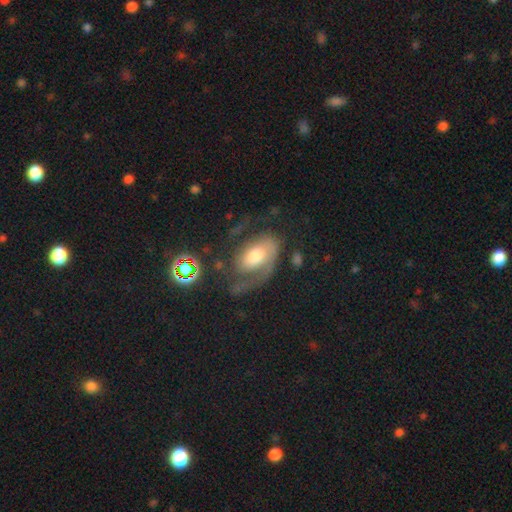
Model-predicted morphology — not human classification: Q: Smooth or featured?
A: featured or disk (72%); runner-up: smooth (20%)
Q: Edge-on disk?
A: no (96%); runner-up: yes (4%)
Q: Bar?
A: no (63%); runner-up: weak (28%)
Q: Spiral arms?
A: yes (89%); runner-up: no (11%)
Q: Spiral winding?
A: medium (43%); runner-up: tight (29%)
Q: Spiral arm count?
A: 2 (49%); runner-up: 1 (37%)
Q: Bulge size?
A: moderate (58%); runner-up: large (22%)
Q: Merging?
A: none (43%); runner-up: major disturbance (35%)